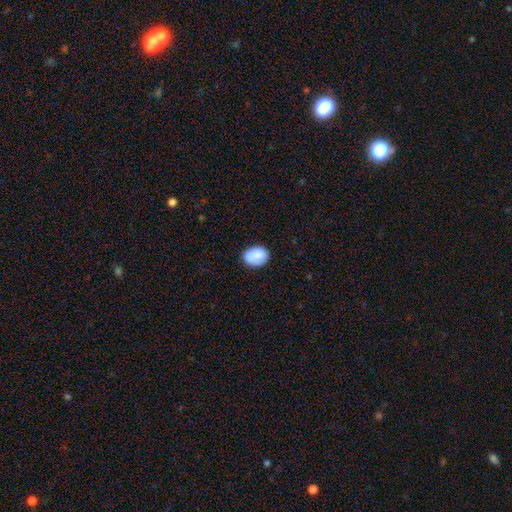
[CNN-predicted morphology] smooth 84%, featured or disk 9%, star or artifact 7%. Down the decision tree: how rounded — in between (68%); merging — none (78%).